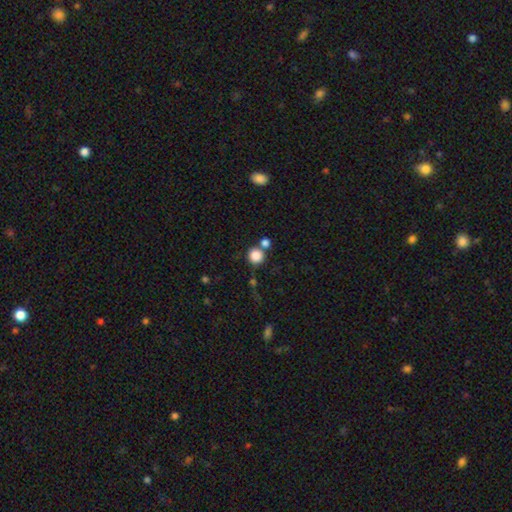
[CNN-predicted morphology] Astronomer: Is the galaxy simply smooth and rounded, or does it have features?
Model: smooth — 85%.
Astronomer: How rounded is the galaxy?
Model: round — 92%.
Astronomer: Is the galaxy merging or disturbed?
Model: none — 68%.